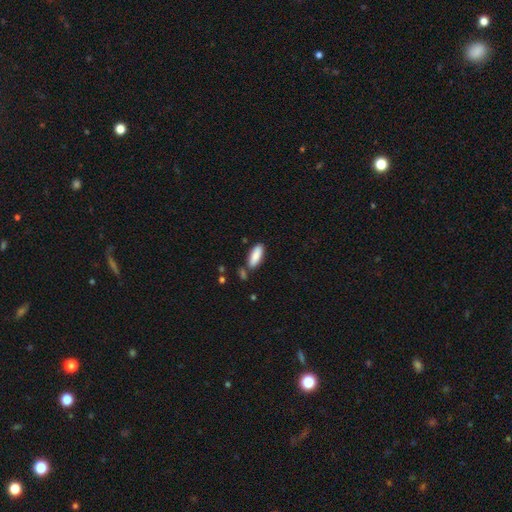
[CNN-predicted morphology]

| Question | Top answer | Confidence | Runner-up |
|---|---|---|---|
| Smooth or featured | smooth | 87% | featured or disk (7%) |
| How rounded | in between | 69% | cigar-shaped (29%) |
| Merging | none | 76% | minor disturbance (14%) |